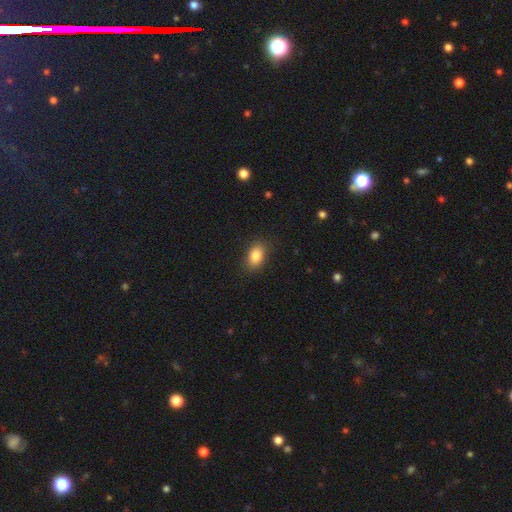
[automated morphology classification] Smooth or featured? smooth (85%)
How rounded? in between (85%)
Merging? none (86%)